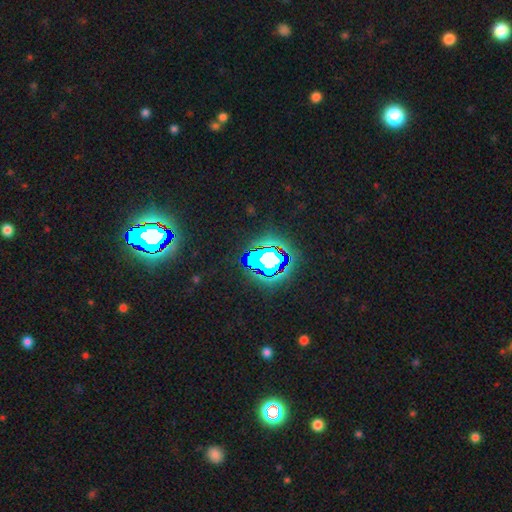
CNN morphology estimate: Smooth or featured? Predicted: star or artifact (p=0.83).